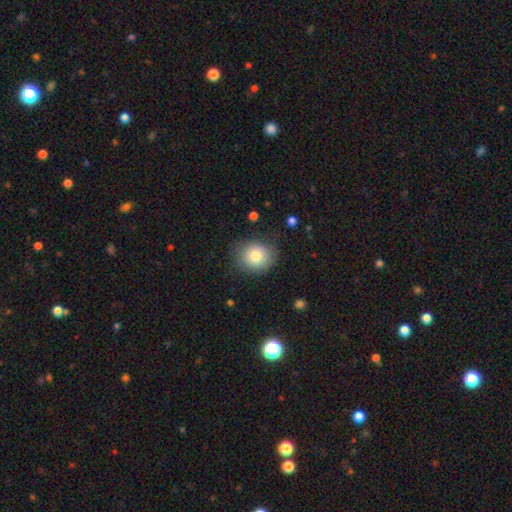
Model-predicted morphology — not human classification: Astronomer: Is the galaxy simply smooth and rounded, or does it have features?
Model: smooth — 80%.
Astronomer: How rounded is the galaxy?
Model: round — 76%.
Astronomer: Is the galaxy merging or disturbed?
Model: none — 79%.